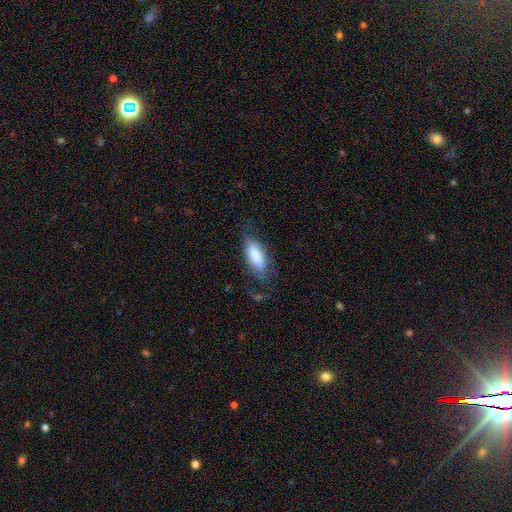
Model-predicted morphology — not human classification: This appears to be a smooth galaxy with no disk features (76%) that is in between round and cigar-shaped (82%). Merging: none (58%).